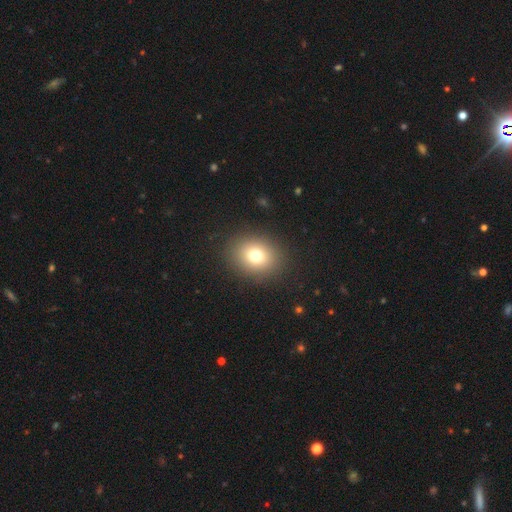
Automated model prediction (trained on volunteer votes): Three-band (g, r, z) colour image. It shows a smooth galaxy with no disk features (75%) that is round (59%). Merging: none (89%).